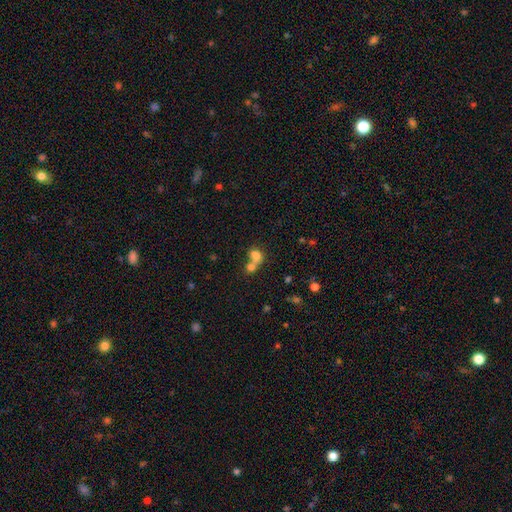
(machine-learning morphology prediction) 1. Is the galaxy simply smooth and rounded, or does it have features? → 74% smooth, 14% featured or disk, 12% star or artifact.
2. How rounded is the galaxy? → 53% round, 46% in between, 1% cigar-shaped.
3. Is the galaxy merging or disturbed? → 67% merger, 23% none, 6% minor disturbance, 4% major disturbance.